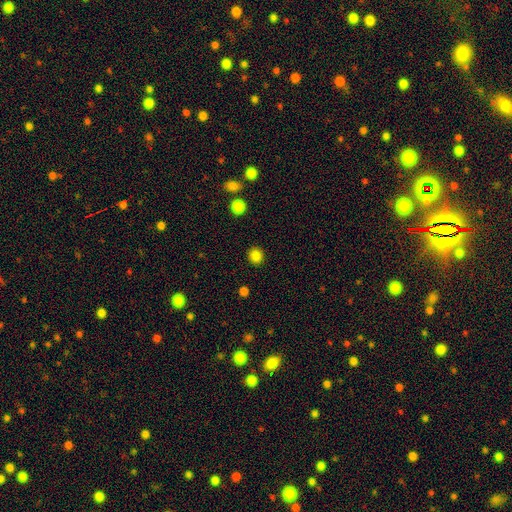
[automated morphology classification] smooth_or_featured: smooth (p=0.84) [alt: star or artifact p=0.12]
how_rounded: round (p=0.85) [alt: in between p=0.14]
merging: none (p=0.91) [alt: minor disturbance p=0.06]